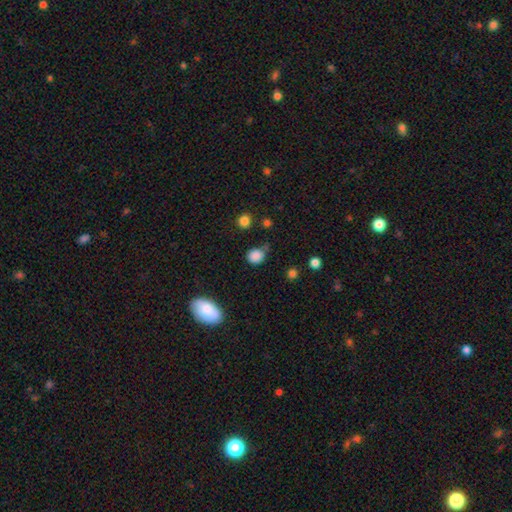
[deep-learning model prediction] smooth_or_featured: smooth (p=0.83) [alt: star or artifact p=0.12]
how_rounded: round (p=0.76) [alt: in between p=0.23]
merging: none (p=0.69) [alt: minor disturbance p=0.19]